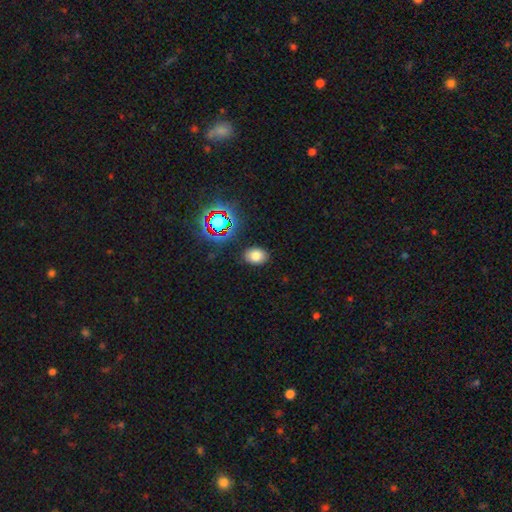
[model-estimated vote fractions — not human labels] smooth_or_featured: smooth (p=0.76) [alt: star or artifact p=0.15]
how_rounded: in between (p=0.73) [alt: round p=0.26]
merging: none (p=0.86) [alt: minor disturbance p=0.09]